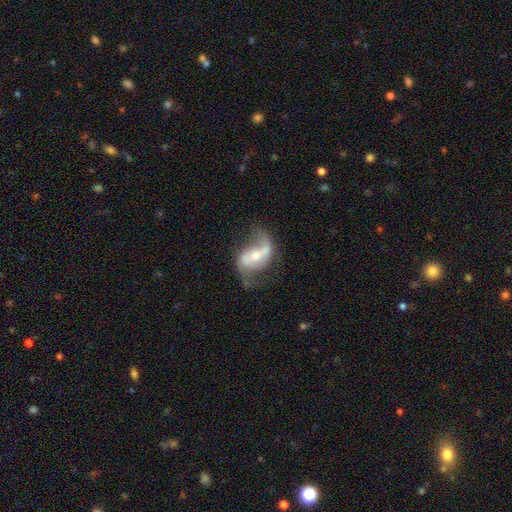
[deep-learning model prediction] Smooth or featured?
  - featured or disk: 83% *
  - smooth: 11%
  - star or artifact: 6%
Edge-on disk?
  - no: 95% *
  - yes: 5%
Bar?
  - strong: 36% *
  - weak: 35%
  - no: 30%
Spiral arms?
  - yes: 91% *
  - no: 9%
Spiral winding?
  - loose: 73% *
  - medium: 21%
  - tight: 5%
Spiral arm count?
  - 2: 90% *
  - 1: 5%
  - can't tell: 3%
  - 3: 1%
  - 4: 1%
  - more than 4: 1%
Bulge size?
  - moderate: 52% *
  - small: 41%
  - large: 4%
  - none: 2%
  - dominant: 1%
Merging?
  - none: 60% *
  - minor disturbance: 20%
  - major disturbance: 16%
  - merger: 4%